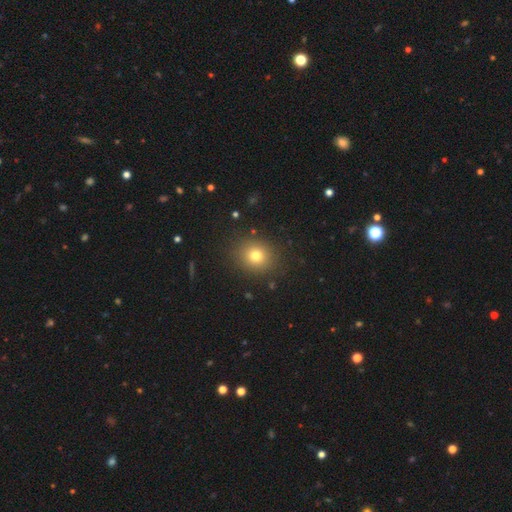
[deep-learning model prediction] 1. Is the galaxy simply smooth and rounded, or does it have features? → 77% smooth, 14% star or artifact, 9% featured or disk.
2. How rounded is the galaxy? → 76% round, 23% in between, 1% cigar-shaped.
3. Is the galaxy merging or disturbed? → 88% none, 8% minor disturbance, 3% major disturbance, 1% merger.